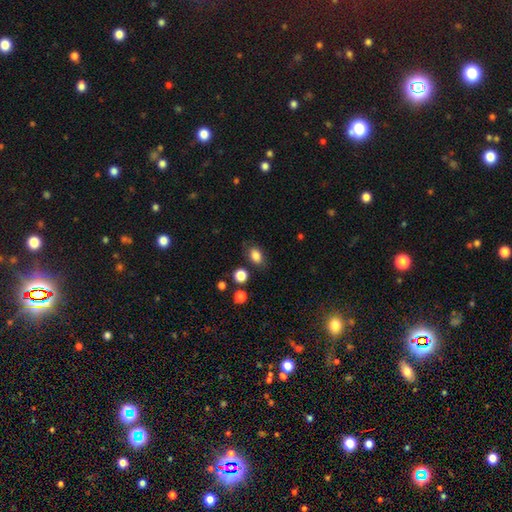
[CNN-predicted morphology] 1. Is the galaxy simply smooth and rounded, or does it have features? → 84% smooth, 10% star or artifact, 6% featured or disk.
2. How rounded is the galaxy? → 76% in between, 22% round, 1% cigar-shaped.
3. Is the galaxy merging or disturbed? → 79% none, 14% minor disturbance, 4% major disturbance, 3% merger.